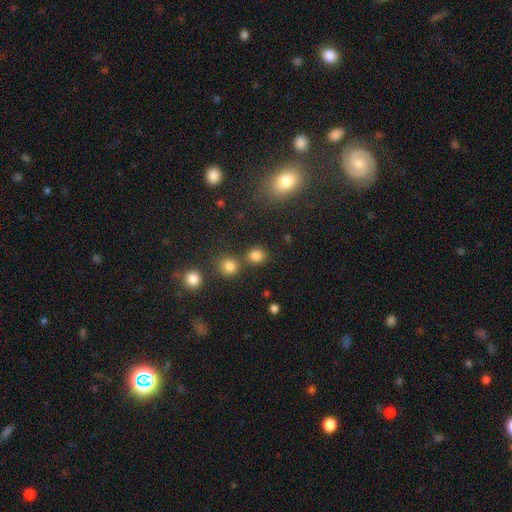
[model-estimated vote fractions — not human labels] This is clearly a smooth galaxy (81%). How rounded: likely round (78%). Merging: likely none (70%).